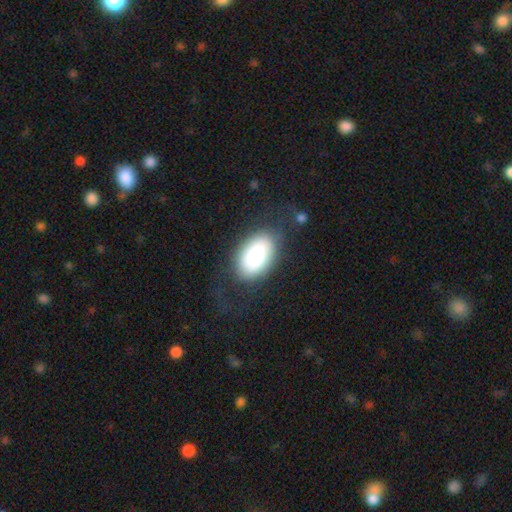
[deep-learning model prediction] This appears to be a smooth galaxy with no disk features (82%) that is in between round and cigar-shaped (93%). Merging: none (66%).